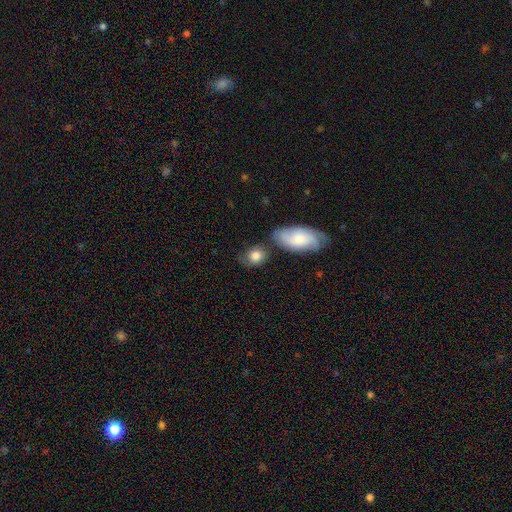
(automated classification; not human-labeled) Smooth or featured? smooth (80%)
How rounded? in between (54%)
Merging? none (60%)